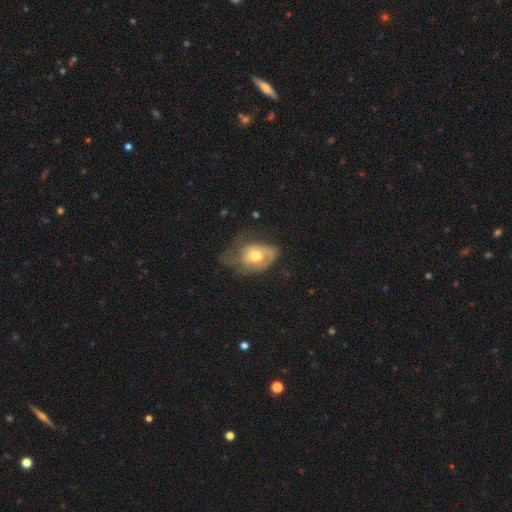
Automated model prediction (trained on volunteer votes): Smooth or featured: featured or disk — 48% (smooth — 45%)
Merging: major disturbance — 37% (minor disturbance — 32%)